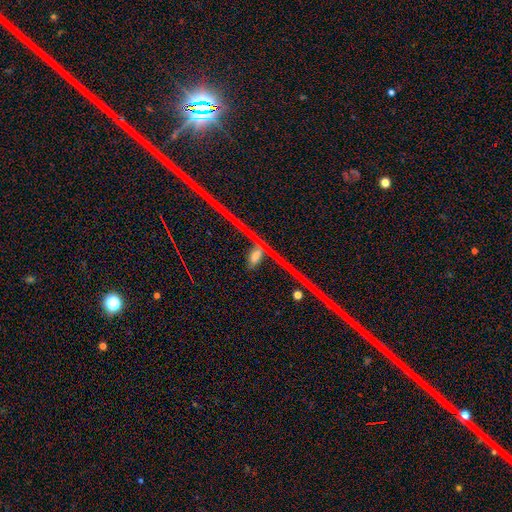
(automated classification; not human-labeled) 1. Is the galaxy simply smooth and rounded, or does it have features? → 50% star or artifact, 28% smooth, 21% featured or disk.